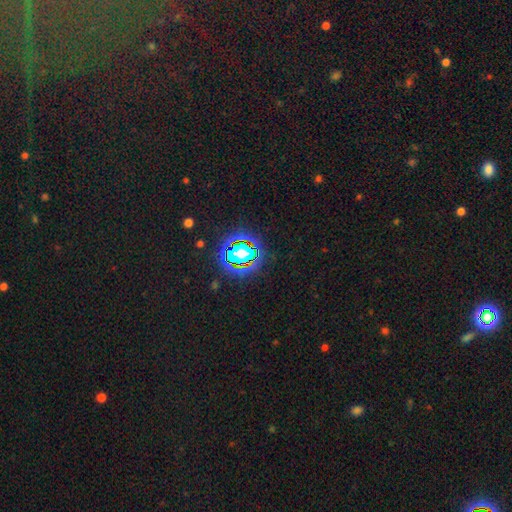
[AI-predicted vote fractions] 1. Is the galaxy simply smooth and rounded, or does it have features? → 82% star or artifact, 11% smooth, 7% featured or disk.